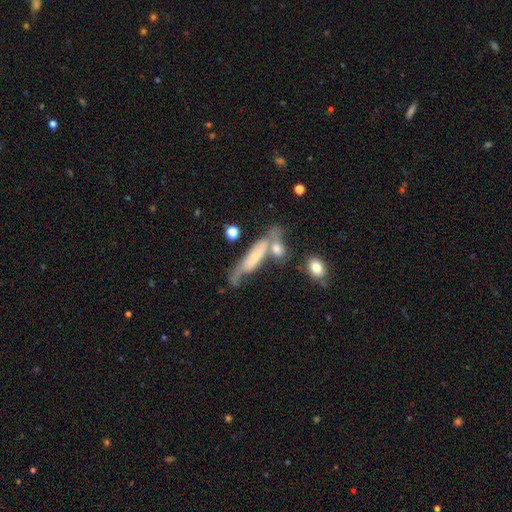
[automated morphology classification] The model was most divided on "edge-on disk": no: 53%, yes: 47%. Remaining: smooth or featured — featured or disk (57%); merging — none (41%).